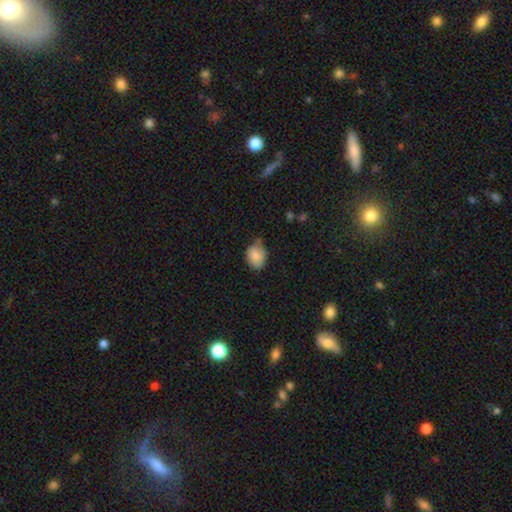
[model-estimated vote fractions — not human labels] smooth_or_featured: smooth (p=0.85) [alt: star or artifact p=0.08]
how_rounded: in between (p=0.51) [alt: round p=0.48]
merging: none (p=0.60) [alt: minor disturbance p=0.30]